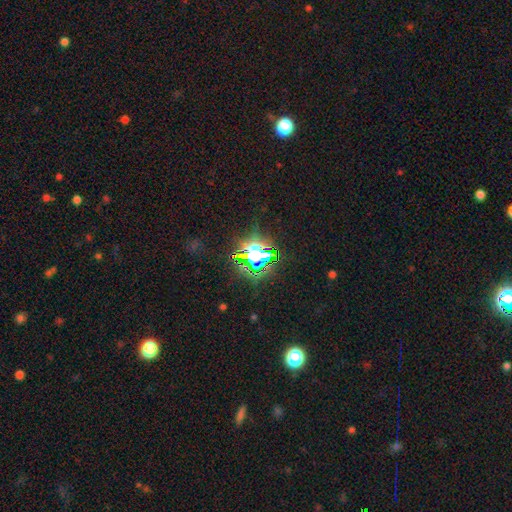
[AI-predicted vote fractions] Morphology: type=star or artifact (75%).